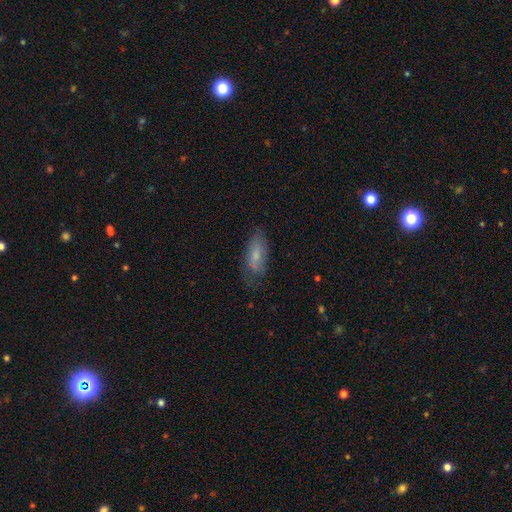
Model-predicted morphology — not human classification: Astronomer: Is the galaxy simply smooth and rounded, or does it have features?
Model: smooth — 65%.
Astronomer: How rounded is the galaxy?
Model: in between — 78%.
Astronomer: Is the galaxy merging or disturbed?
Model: none — 60%.